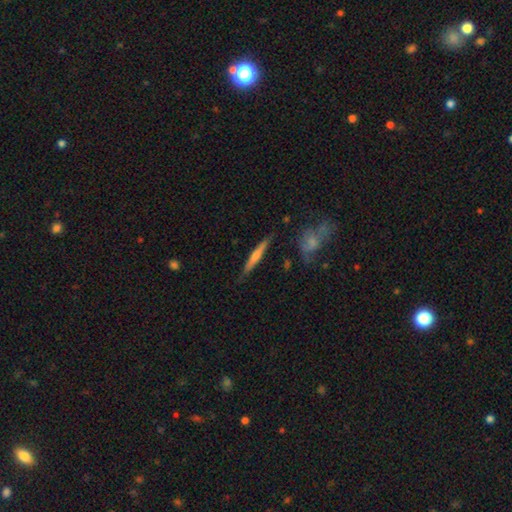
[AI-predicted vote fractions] smooth_or_featured: featured or disk (p=0.57) [alt: smooth p=0.37]
disk_edge_on: yes (p=0.96) [alt: no p=0.04]
edge_on_bulge: rounded (p=0.74) [alt: none p=0.18]
merging: none (p=0.84) [alt: minor disturbance p=0.11]